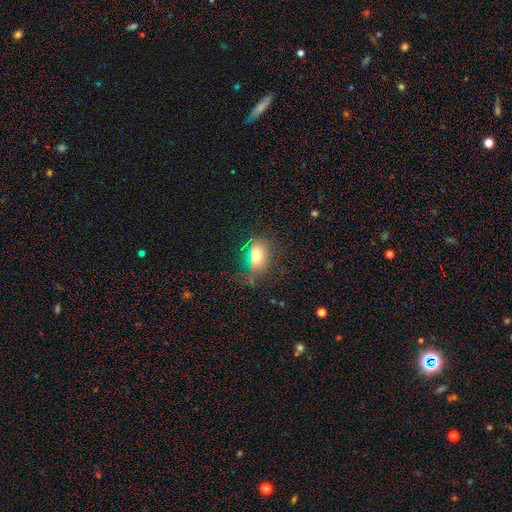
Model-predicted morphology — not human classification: This appears to be a smooth galaxy with no disk features (70%) that is in between round and cigar-shaped (69%). Merging: none (71%).